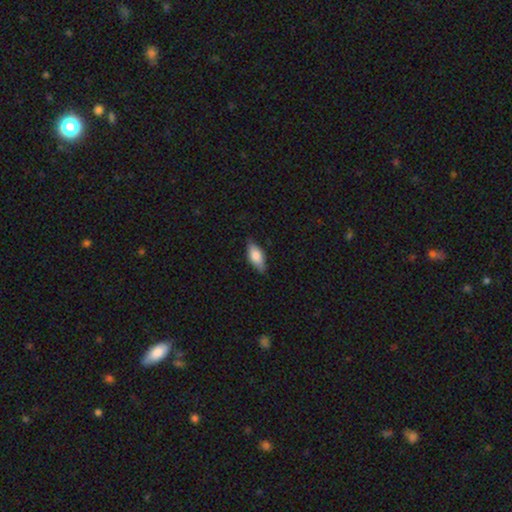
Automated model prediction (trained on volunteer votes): Smooth or featured? smooth (76%)
How rounded? in between (82%)
Merging? none (81%)